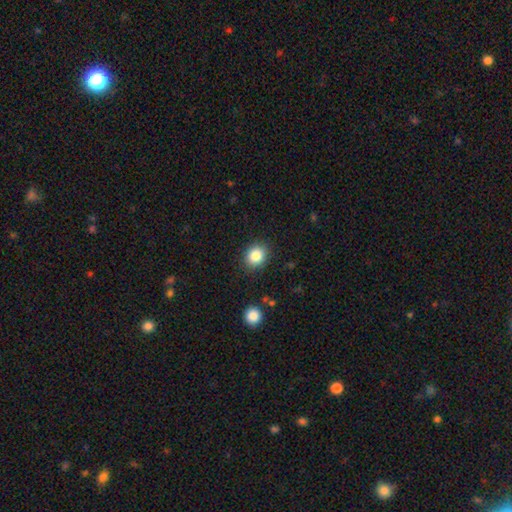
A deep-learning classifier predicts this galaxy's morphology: smooth 84%, star or artifact 10%, featured or disk 6%. Down the decision tree: how rounded — round (62%); merging — none (87%).